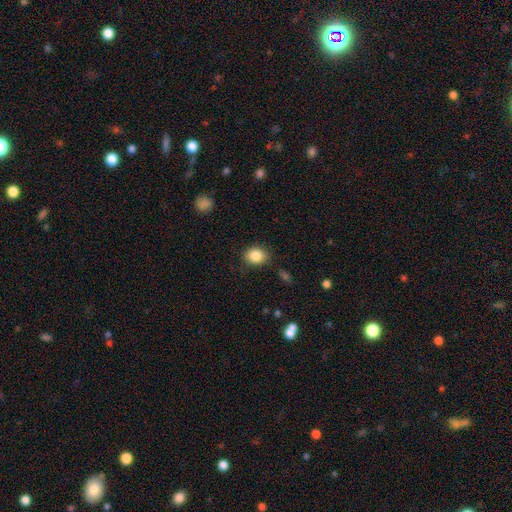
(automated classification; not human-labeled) A smooth galaxy with no disk features (85%) that is round (58%). Merging: none (82%).